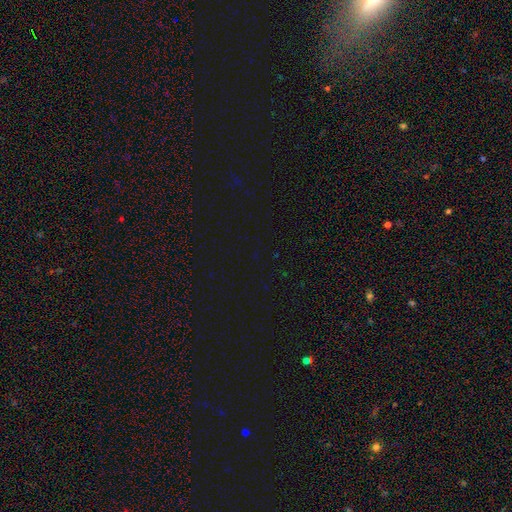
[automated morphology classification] smooth_or_featured: star or artifact (p=0.76) [alt: smooth p=0.18]